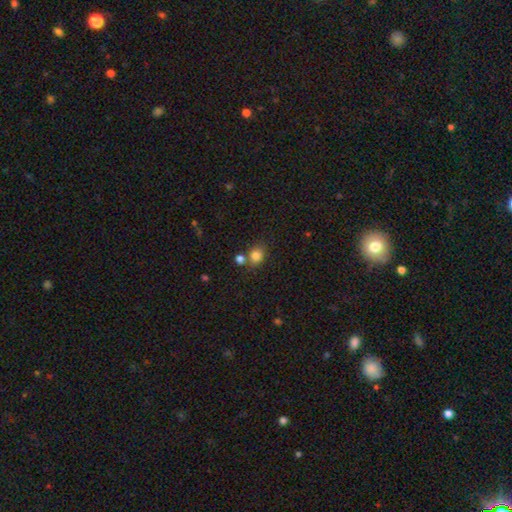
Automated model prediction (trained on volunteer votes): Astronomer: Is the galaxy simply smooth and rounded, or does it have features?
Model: smooth — 82%.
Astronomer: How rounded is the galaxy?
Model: round — 60% (runner-up: in between, 39%).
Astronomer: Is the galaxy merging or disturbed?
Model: none — 66%.